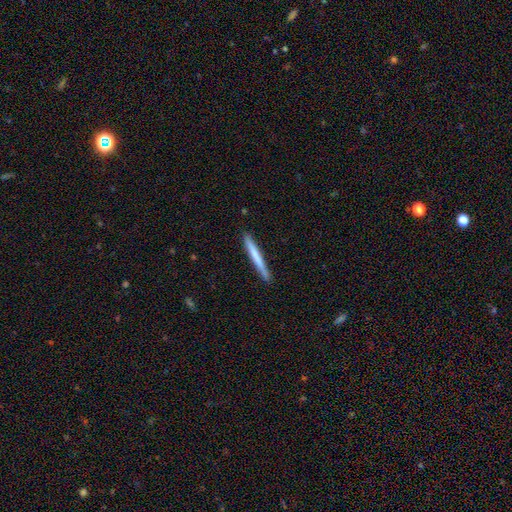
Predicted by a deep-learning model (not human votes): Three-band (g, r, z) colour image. It shows a smooth galaxy with no disk features (67%) that is cigar-shaped (97%). Merging: none (90%).